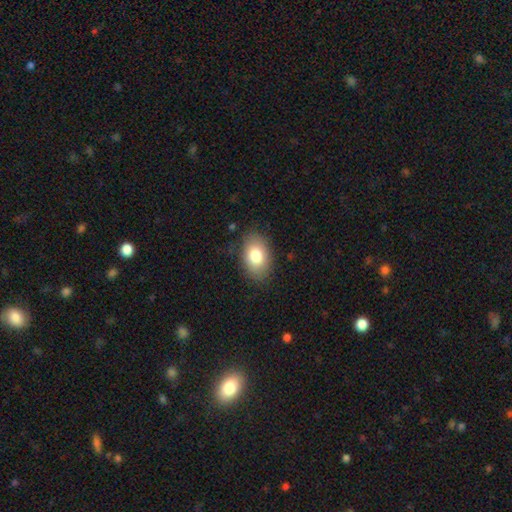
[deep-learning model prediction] A smooth galaxy with no disk features (81%) that is in between round and cigar-shaped (88%).

Vote fractions:
- Smooth or featured? smooth: 81% / featured or disk: 12% / star or artifact: 8%
- How rounded? in between: 88% / round: 11% / cigar-shaped: 1%
- Merging? none: 83% / minor disturbance: 13% / major disturbance: 3% / merger: 1%